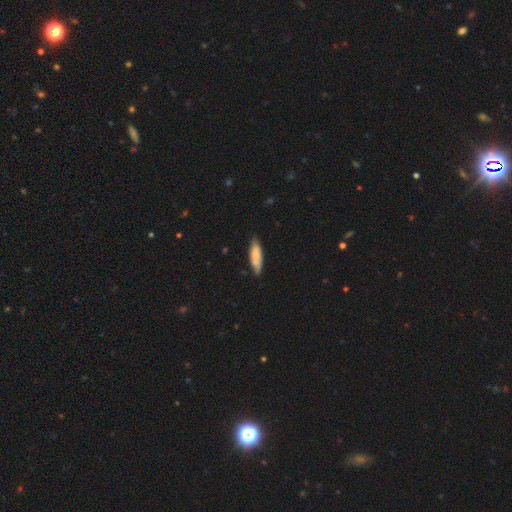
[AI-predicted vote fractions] smooth-or-featured: smooth: 72% | featured or disk: 23% | star or artifact: 6%
  how-rounded: cigar-shaped: 59% | in between: 39% | round: 2%
  merging: none: 77% | minor disturbance: 19% | major disturbance: 3% | merger: 2%